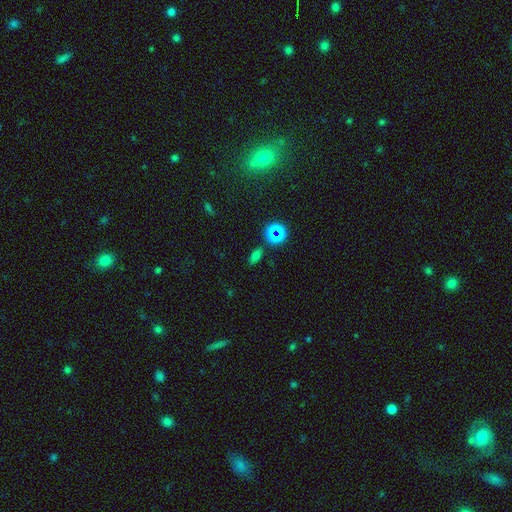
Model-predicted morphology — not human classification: The model was most divided on "smooth or featured": smooth: 62%, star or artifact: 29%, featured or disk: 9%. More confident: merging — none (80%); how rounded — in between (77%).